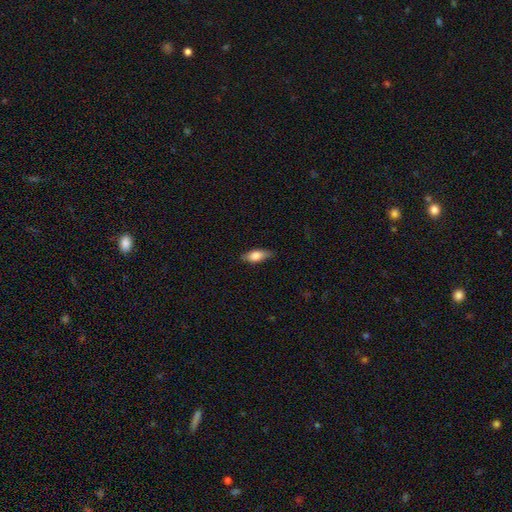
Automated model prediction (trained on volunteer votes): smooth_or_featured: smooth (p=0.76) [alt: featured or disk p=0.18]
how_rounded: in between (p=0.76) [alt: cigar-shaped p=0.21]
merging: none (p=0.81) [alt: minor disturbance p=0.15]